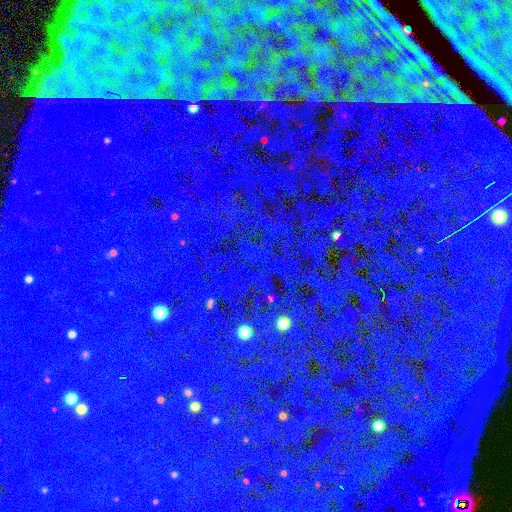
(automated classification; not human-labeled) Q: Smooth or featured?
A: star or artifact (87%); runner-up: smooth (7%)